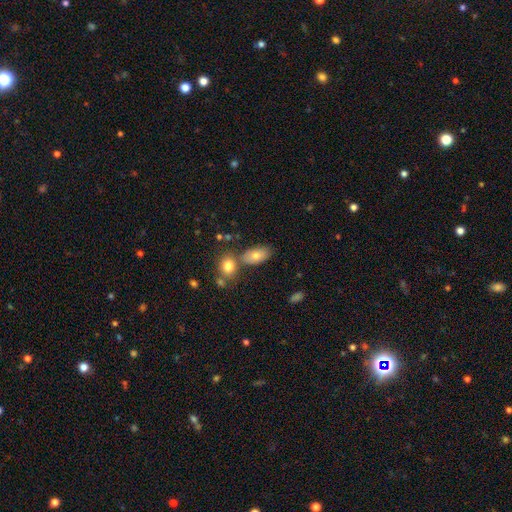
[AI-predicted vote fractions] The model was most divided on "merging": none: 60%, merger: 24%, minor disturbance: 13%, major disturbance: 4%. More confident: how rounded — in between (90%); smooth or featured — smooth (76%).